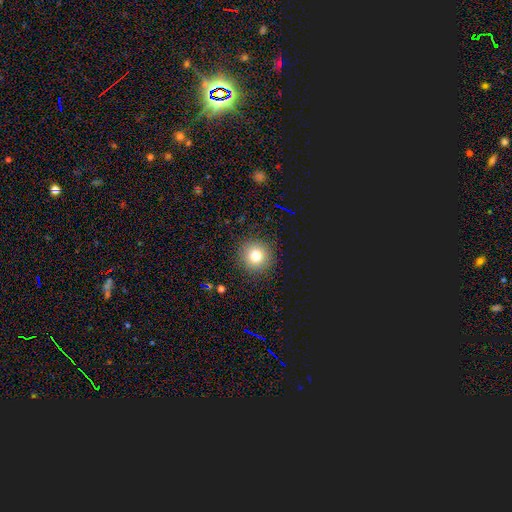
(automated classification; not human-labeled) smooth_or_featured: smooth (p=0.77) [alt: star or artifact p=0.15]
how_rounded: round (p=0.95) [alt: in between p=0.04]
merging: none (p=0.91) [alt: minor disturbance p=0.05]